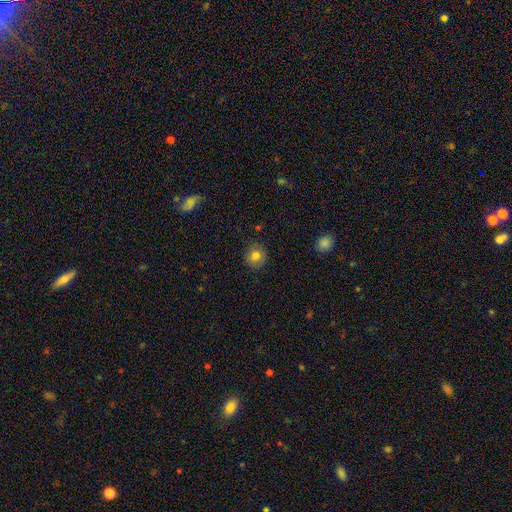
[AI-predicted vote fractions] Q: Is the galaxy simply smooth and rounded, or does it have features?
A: smooth — 78%.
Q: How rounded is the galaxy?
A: round — 85%.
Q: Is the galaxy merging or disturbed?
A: none — 87%.